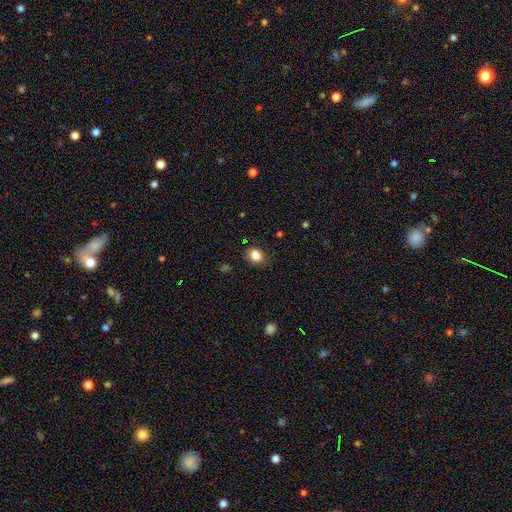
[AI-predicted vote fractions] smooth 84%, star or artifact 11%, featured or disk 5%. Down the decision tree: how rounded — round (64%); merging — none (85%).